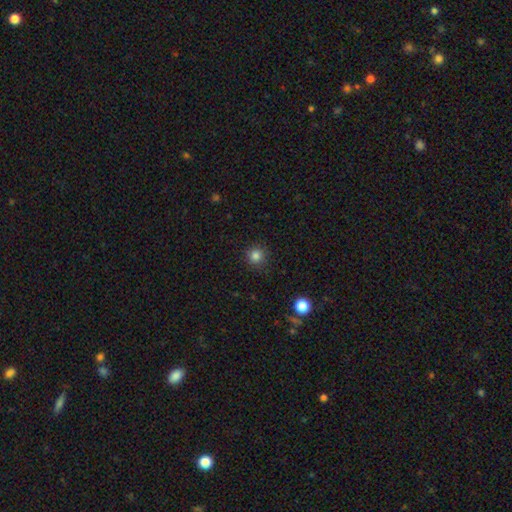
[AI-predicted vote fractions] This is clearly a smooth galaxy (83%). How rounded: clearly round (94%). Merging: clearly none (90%).